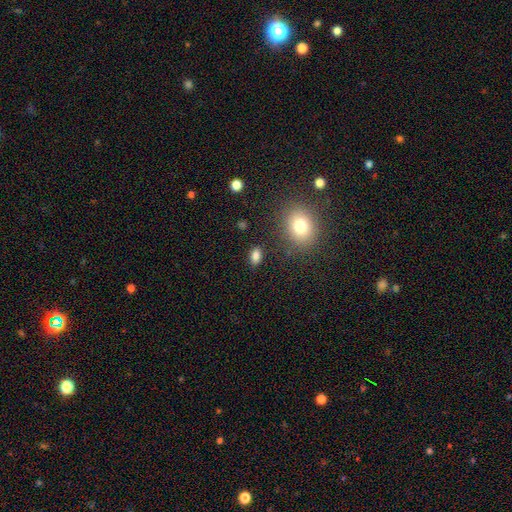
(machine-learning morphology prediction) Smooth or featured: smooth — 83% (star or artifact — 11%)
How rounded: in between — 85% (round — 13%)
Merging: none — 85% (minor disturbance — 9%)